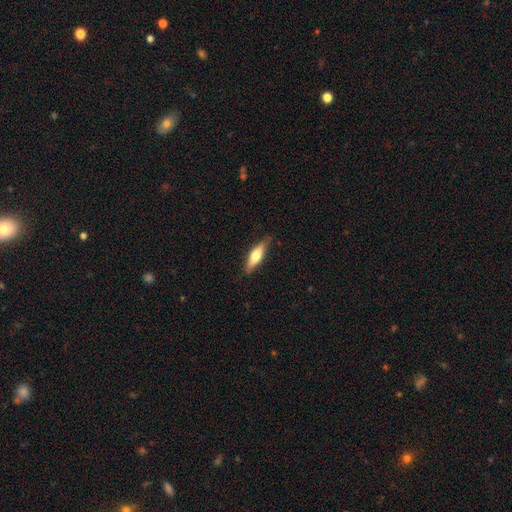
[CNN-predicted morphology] smooth-or-featured: smooth: 57% | featured or disk: 38% | star or artifact: 6%
  how-rounded: cigar-shaped: 64% | in between: 34% | round: 2%
  merging: none: 81% | minor disturbance: 15% | major disturbance: 3% | merger: 1%